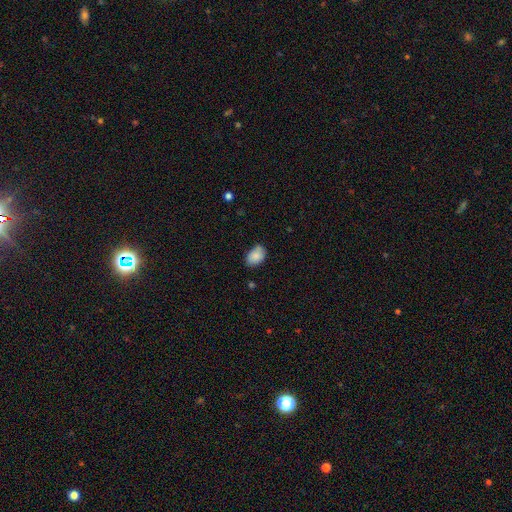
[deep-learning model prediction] The model was most divided on "merging": none: 70%, minor disturbance: 24%, major disturbance: 4%, merger: 3%. More confident: how rounded — in between (86%); smooth or featured — smooth (86%).